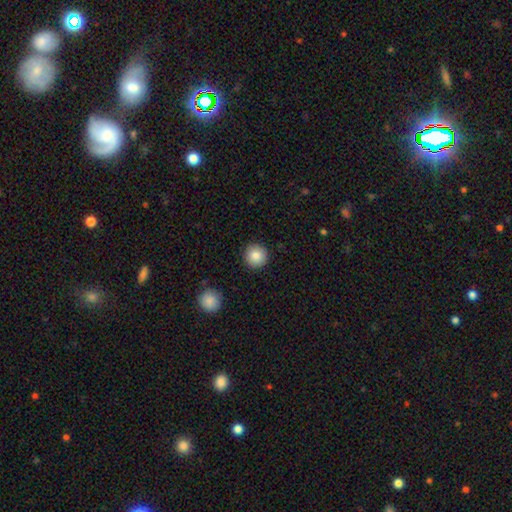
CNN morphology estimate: This appears to be a smooth galaxy with no disk features (86%) that is round (96%). Merging: none (92%).